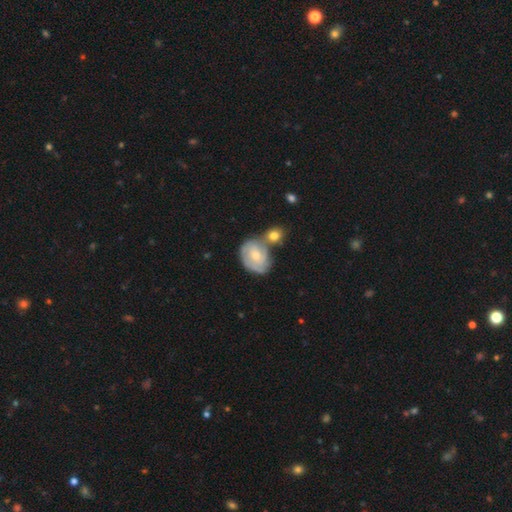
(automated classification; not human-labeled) Smooth or featured?
  - featured or disk: 59% *
  - smooth: 35%
  - star or artifact: 6%
Edge-on disk?
  - no: 97% *
  - yes: 3%
Bar?
  - no: 67% *
  - weak: 29%
  - strong: 4%
Spiral arms?
  - yes: 79% *
  - no: 21%
Bulge size?
  - moderate: 49% *
  - small: 45%
  - large: 3%
  - none: 2%
  - dominant: 1%
Merging?
  - merger: 40% *
  - none: 35%
  - minor disturbance: 18%
  - major disturbance: 8%